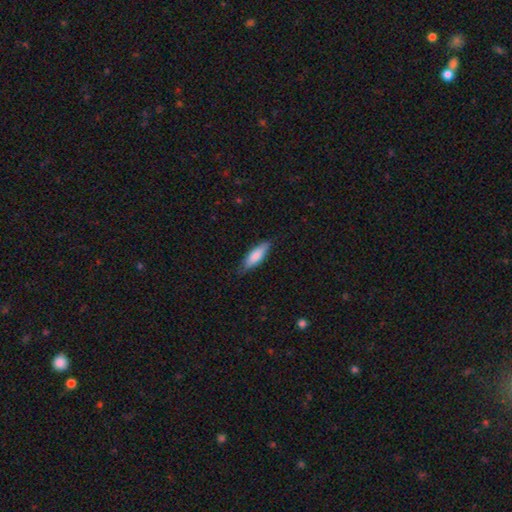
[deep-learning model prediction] Smooth or featured?
  - smooth: 79% *
  - featured or disk: 15%
  - star or artifact: 5%
How rounded?
  - cigar-shaped: 52% *
  - in between: 46%
  - round: 2%
Merging?
  - none: 80% *
  - minor disturbance: 16%
  - major disturbance: 3%
  - merger: 1%